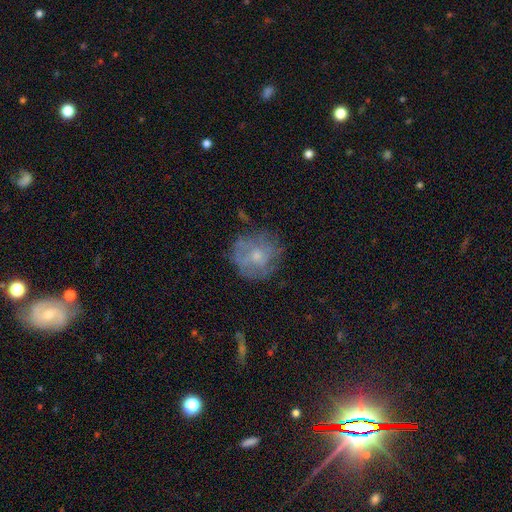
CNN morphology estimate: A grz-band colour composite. It shows a featured or disk galaxy (49%). Merging: none (69%).